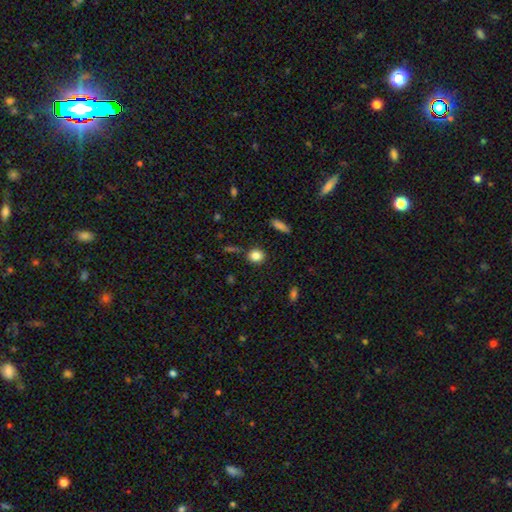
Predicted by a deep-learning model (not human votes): Smooth or featured?
  - smooth: 83% *
  - star or artifact: 10%
  - featured or disk: 6%
How rounded?
  - round: 70% *
  - in between: 28%
  - cigar-shaped: 2%
Merging?
  - none: 85% *
  - minor disturbance: 10%
  - merger: 3%
  - major disturbance: 2%